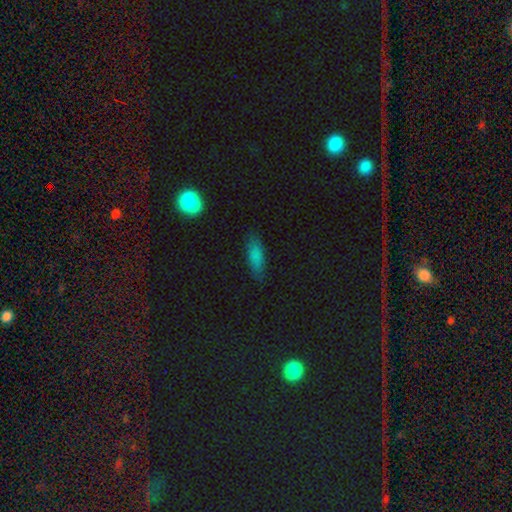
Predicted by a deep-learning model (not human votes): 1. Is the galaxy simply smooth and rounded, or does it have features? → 82% smooth, 10% featured or disk, 8% star or artifact.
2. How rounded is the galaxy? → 65% in between, 33% cigar-shaped, 2% round.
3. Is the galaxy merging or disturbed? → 79% none, 16% minor disturbance, 3% major disturbance, 1% merger.